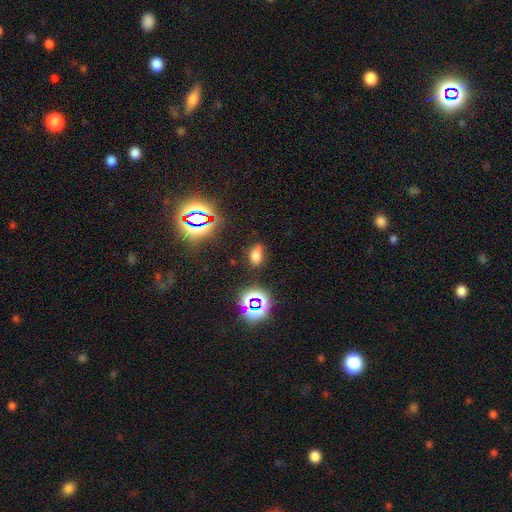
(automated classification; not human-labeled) Overall: smooth (66%; star or artifact 26%). How rounded: in between (84%). Merging: none (72%).